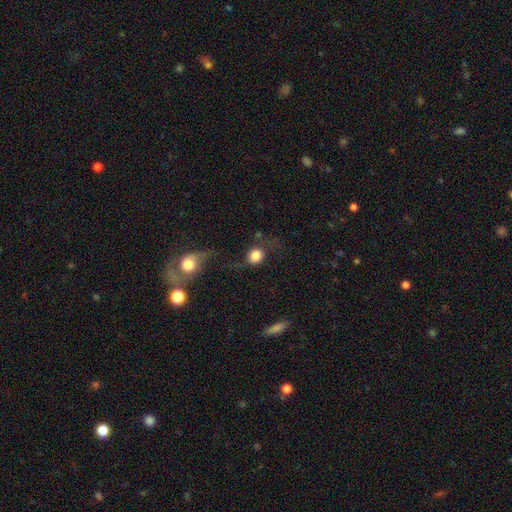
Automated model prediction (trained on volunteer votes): Smooth or featured?
  - smooth: 73% *
  - featured or disk: 17%
  - star or artifact: 10%
How rounded?
  - round: 85% *
  - in between: 14%
  - cigar-shaped: 2%
Merging?
  - none: 45% *
  - major disturbance: 24%
  - minor disturbance: 17%
  - merger: 14%